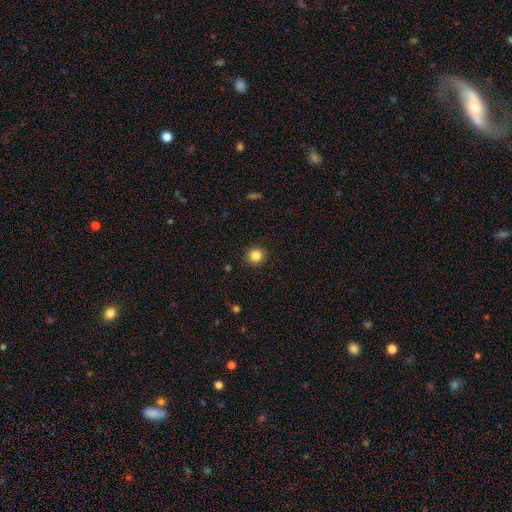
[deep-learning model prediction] Morphology: type=smooth (84%); roundness=round (88%); merging=none (91%).